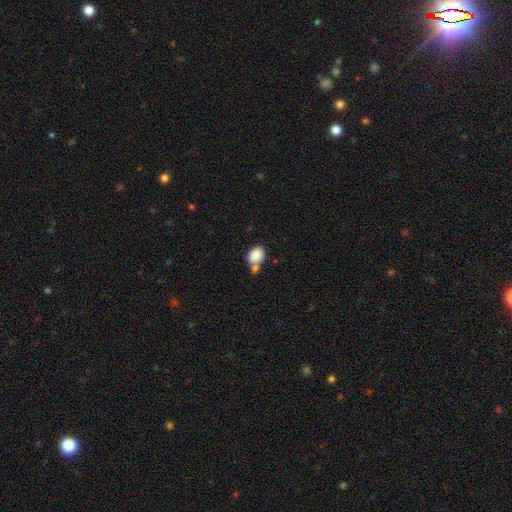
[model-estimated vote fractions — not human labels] smooth_or_featured: smooth (p=0.87) [alt: star or artifact p=0.08]
how_rounded: in between (p=0.62) [alt: round p=0.37]
merging: none (p=0.44) [alt: merger p=0.38]